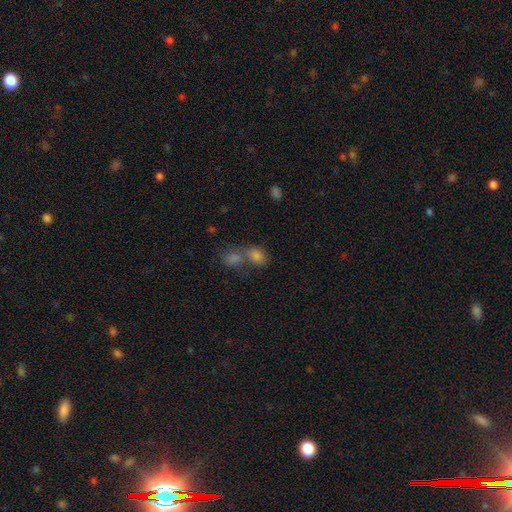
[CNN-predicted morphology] smooth-or-featured: smooth: 73% | star or artifact: 16% | featured or disk: 11%
  how-rounded: in between: 58% | round: 40% | cigar-shaped: 2%
  merging: merger: 57% | none: 31% | minor disturbance: 7% | major disturbance: 4%